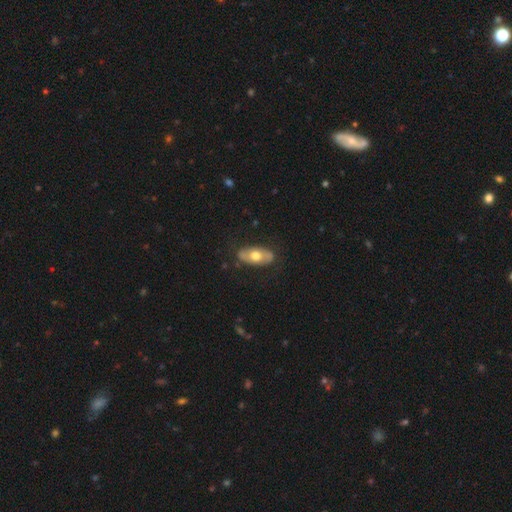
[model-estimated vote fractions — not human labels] A smooth galaxy with no disk features (53%) that is in between round and cigar-shaped (89%). Merging: none (80%).